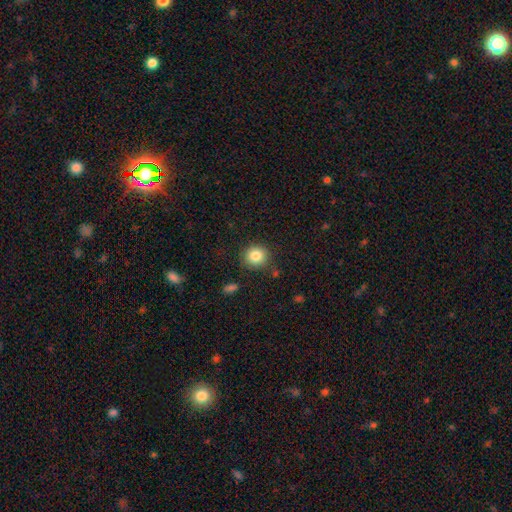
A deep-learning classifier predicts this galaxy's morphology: Smooth or featured? smooth (85%)
How rounded? round (88%)
Merging? none (83%)